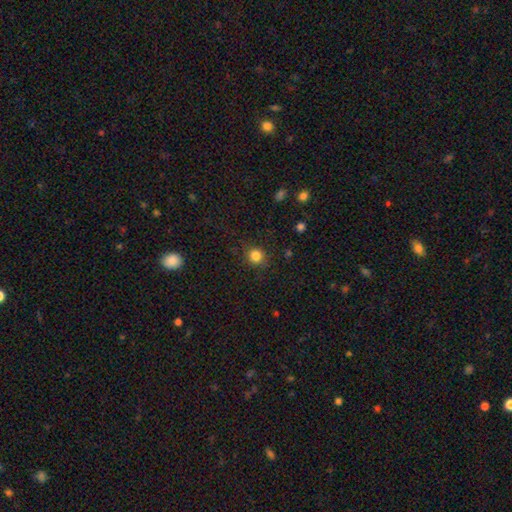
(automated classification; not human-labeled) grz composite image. It shows a smooth galaxy with no disk features (83%) that is round (90%). Merging: none (86%).